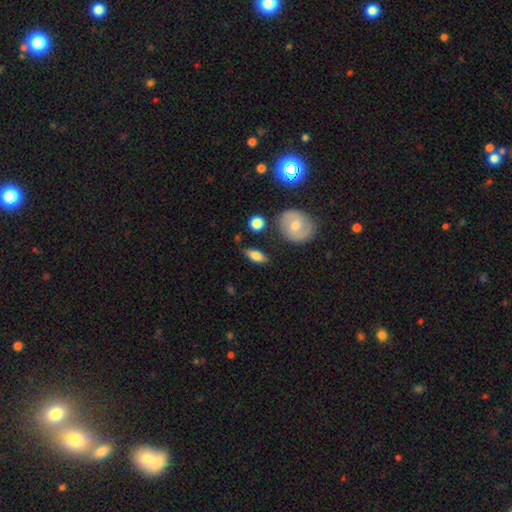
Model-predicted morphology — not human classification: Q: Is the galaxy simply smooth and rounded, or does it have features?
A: smooth — 69%.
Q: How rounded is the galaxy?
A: in between — 74%.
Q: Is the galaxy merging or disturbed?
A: none — 81%.